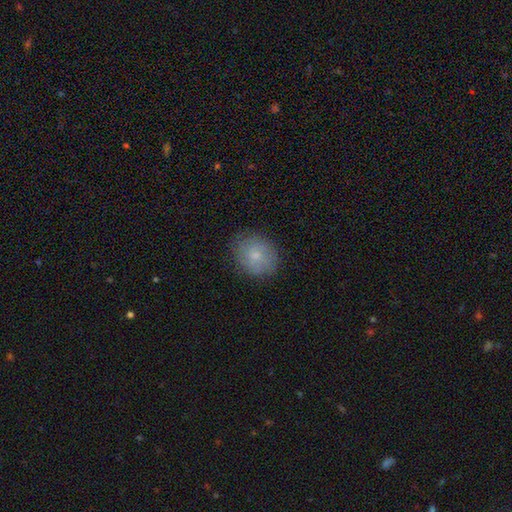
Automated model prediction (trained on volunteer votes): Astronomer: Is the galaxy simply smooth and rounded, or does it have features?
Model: smooth — 72%.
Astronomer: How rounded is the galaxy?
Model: round — 61% (runner-up: in between, 38%).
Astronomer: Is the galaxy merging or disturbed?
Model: none — 80%.